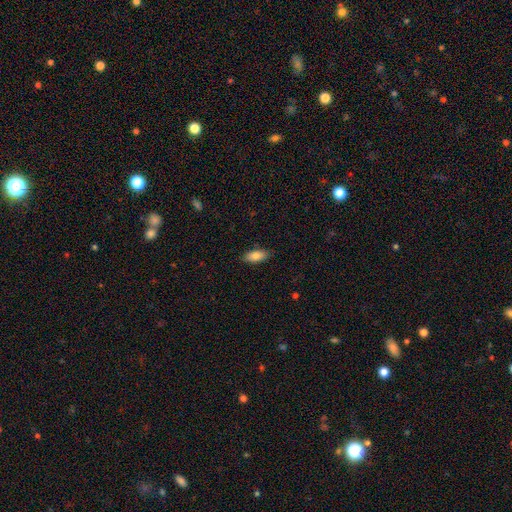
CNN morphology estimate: Smooth or featured? smooth (82%)
How rounded? in between (84%)
Merging? none (87%)